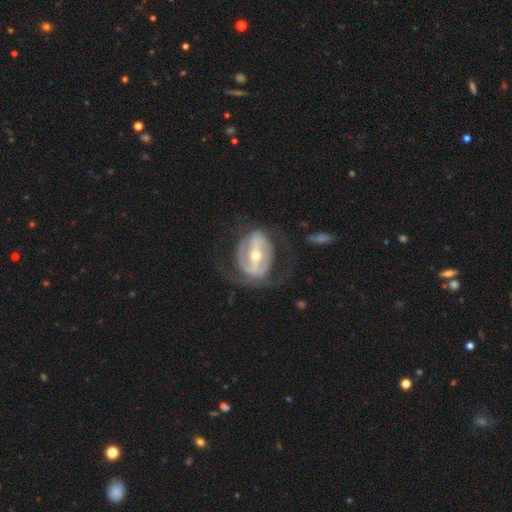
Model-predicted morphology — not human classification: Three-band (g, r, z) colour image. It shows a featured or disk galaxy (83%) with a strong bar (62%), 2 (71%) medium (40%) spiral arms (78%) and a moderate central bulge (59%). Merging: none (60%).